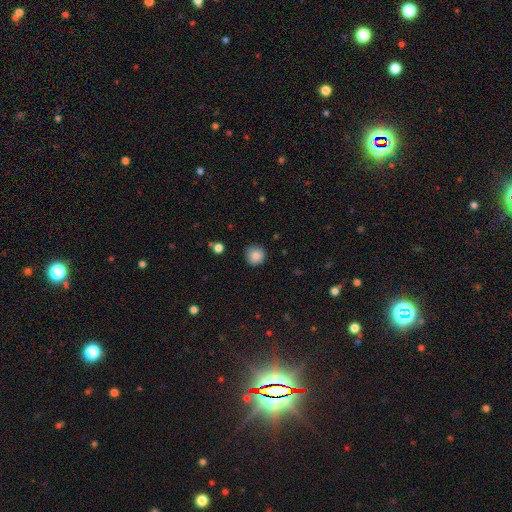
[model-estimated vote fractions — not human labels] smooth_or_featured: smooth (p=0.85) [alt: star or artifact p=0.09]
how_rounded: round (p=0.93) [alt: in between p=0.06]
merging: none (p=0.87) [alt: minor disturbance p=0.10]